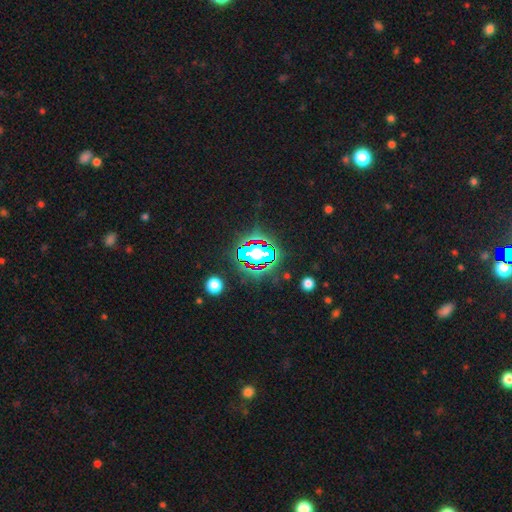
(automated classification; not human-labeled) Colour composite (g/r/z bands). It shows a star or artifact, not a galaxy (82%).